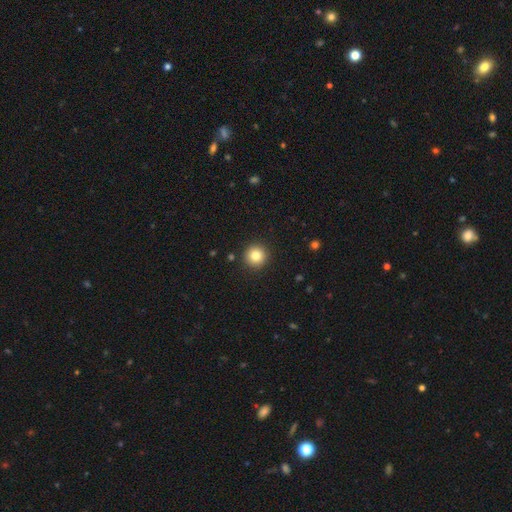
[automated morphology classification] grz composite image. It shows a smooth galaxy with no disk features (82%) that is round (96%). Merging: none (92%).